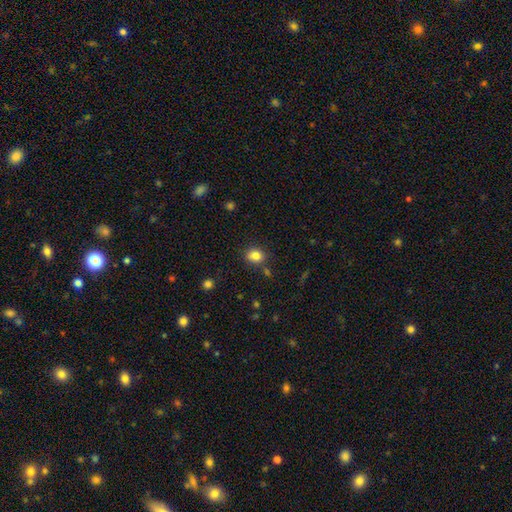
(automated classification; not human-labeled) This appears to be a smooth galaxy with no disk features (83%) that is round (55%). Merging: none (78%).